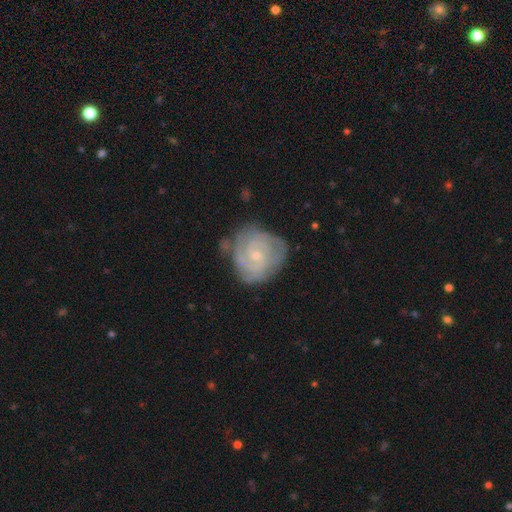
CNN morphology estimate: type=featured or disk (83%); edge-on=no (98%); bar=no (59%); spiral arms=yes (96%); winding=tight (70%); arm count=2 (39%); bulge=small (70%); merging=none (68%).